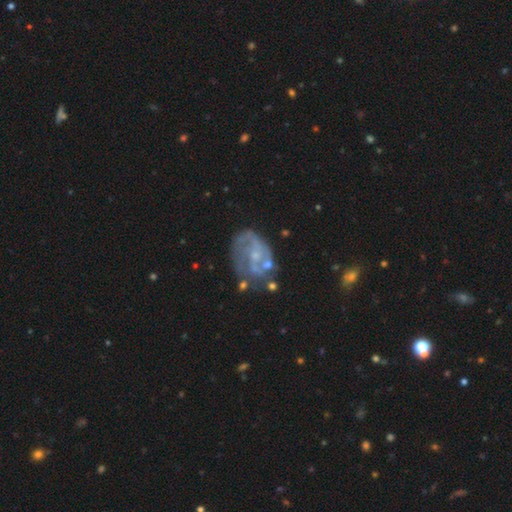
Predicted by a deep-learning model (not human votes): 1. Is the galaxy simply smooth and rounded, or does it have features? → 76% featured or disk, 15% smooth, 9% star or artifact.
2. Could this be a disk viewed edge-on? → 97% no, 3% yes.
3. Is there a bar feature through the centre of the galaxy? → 64% no, 30% weak, 5% strong.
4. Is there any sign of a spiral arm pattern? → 75% yes, 25% no.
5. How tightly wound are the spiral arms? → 42% medium, 33% tight, 24% loose.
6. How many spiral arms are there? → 40% 2, 32% can't tell, 14% 3, 8% 1, 4% 4, 3% more than 4.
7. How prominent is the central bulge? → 61% small, 23% moderate, 14% none, 1% large, 1% dominant.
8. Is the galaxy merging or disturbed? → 50% none, 23% minor disturbance, 18% major disturbance, 8% merger.